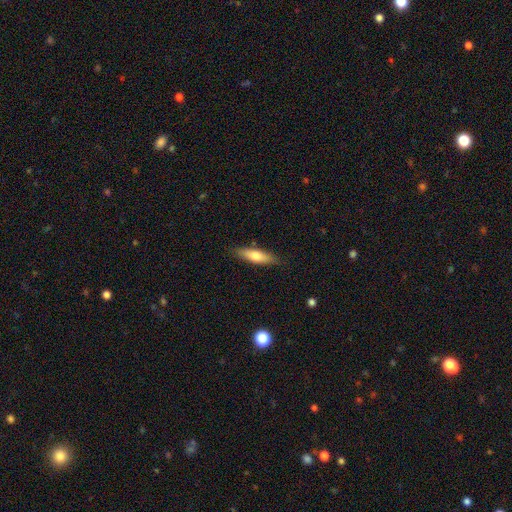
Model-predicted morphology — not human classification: Smooth or featured: smooth — 70% (featured or disk — 24%)
How rounded: cigar-shaped — 60% (in between — 39%)
Merging: none — 85% (minor disturbance — 11%)